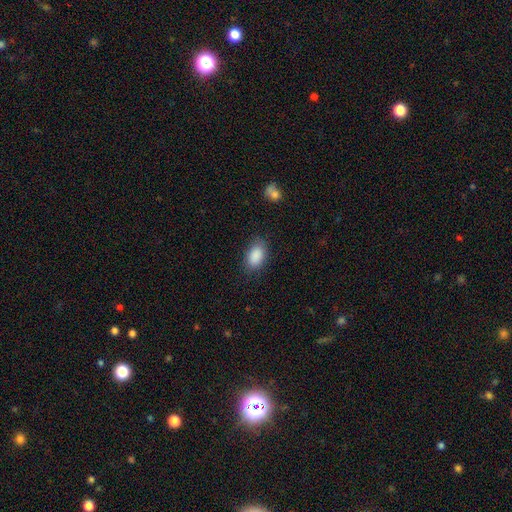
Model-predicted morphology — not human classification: smooth 89%, star or artifact 7%, featured or disk 4%. Down the decision tree: how rounded — in between (90%); merging — none (81%).